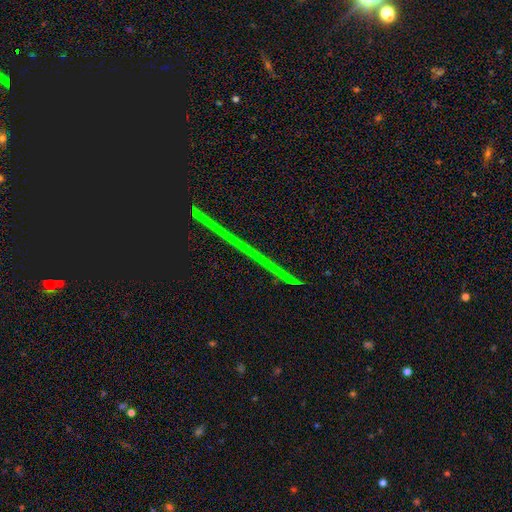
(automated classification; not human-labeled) Smooth or featured? star or artifact (59%)